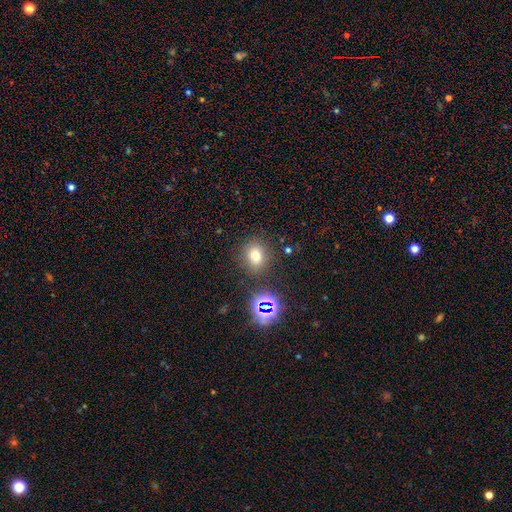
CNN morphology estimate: type=smooth (68%); roundness=round (67%); merging=none (82%).